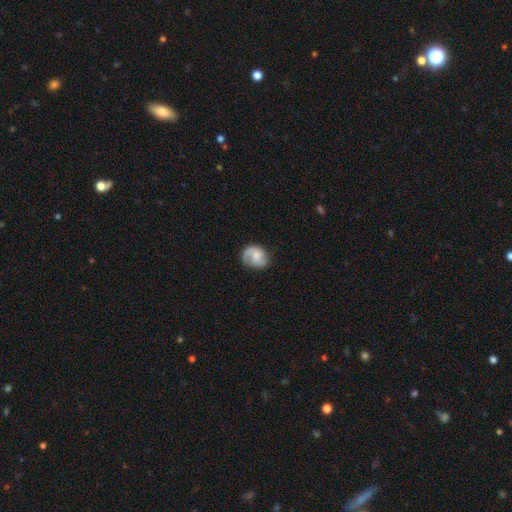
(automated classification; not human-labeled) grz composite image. It shows a featured or disk galaxy (54%) with no bar (58%), spiral arms (89%) and a moderate central bulge (39%, tied with small). Merging: none (66%).